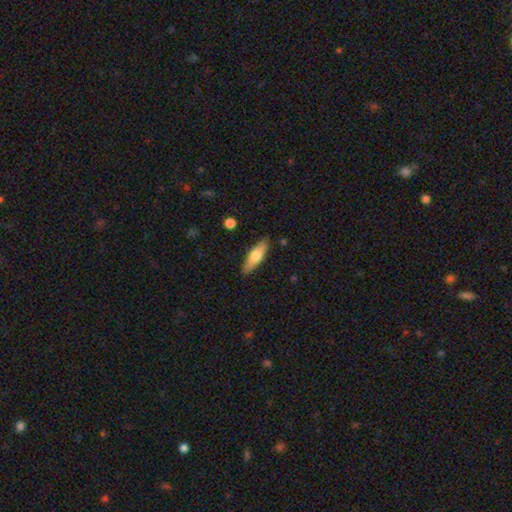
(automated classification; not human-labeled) Smooth or featured? smooth (60%)
How rounded? cigar-shaped (56%)
Merging? none (86%)